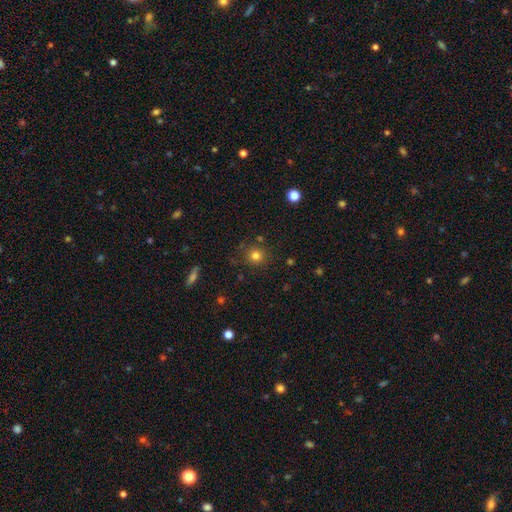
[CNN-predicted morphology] Overall: smooth (79%). How rounded: round (91%). Merging: none (85%).